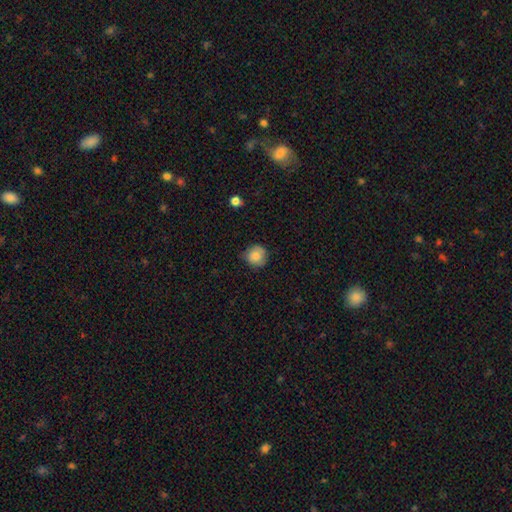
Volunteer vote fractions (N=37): Smooth or featured? 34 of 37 (92%) said smooth. How rounded? 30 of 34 (88%) said round. Merging? 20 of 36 (56%) said none.